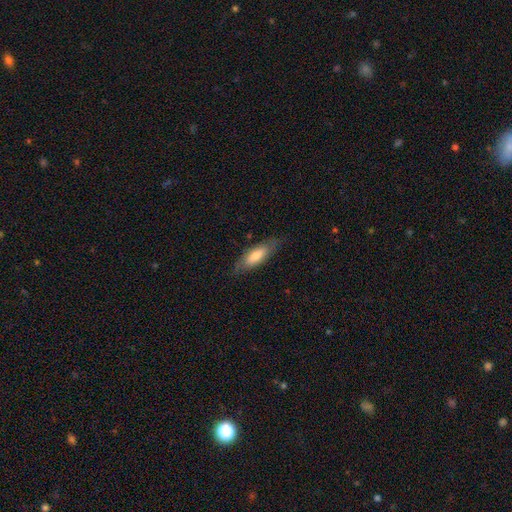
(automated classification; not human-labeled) Morphology: type=smooth (65%); roundness=in between (59%); merging=none (76%).